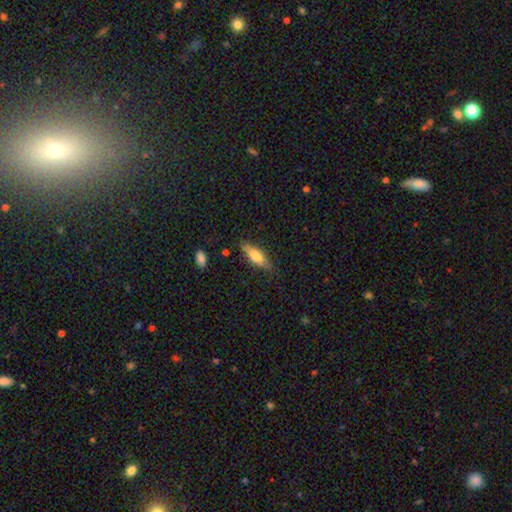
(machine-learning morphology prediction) Q: Smooth or featured?
A: smooth (62%); runner-up: featured or disk (32%)
Q: How rounded?
A: cigar-shaped (50%); runner-up: in between (47%)
Q: Merging?
A: none (80%); runner-up: minor disturbance (15%)